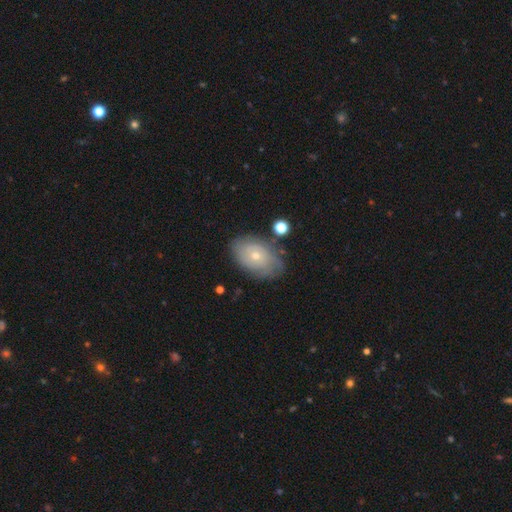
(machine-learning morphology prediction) A featured or disk galaxy (57%) with no bar (82%), spiral arms (72%) and a small central bulge (57%).

Vote fractions:
- Smooth or featured? featured or disk: 57% / smooth: 35% / star or artifact: 8%
- Edge-on disk? no: 94% / yes: 6%
- Bar? no: 82% / weak: 16% / strong: 2%
- Spiral arms? yes: 72% / no: 28%
- Bulge size? small: 57% / moderate: 39% / large: 2% / none: 1% / dominant: 1%
- Merging? none: 72% / minor disturbance: 20% / major disturbance: 6% / merger: 3%